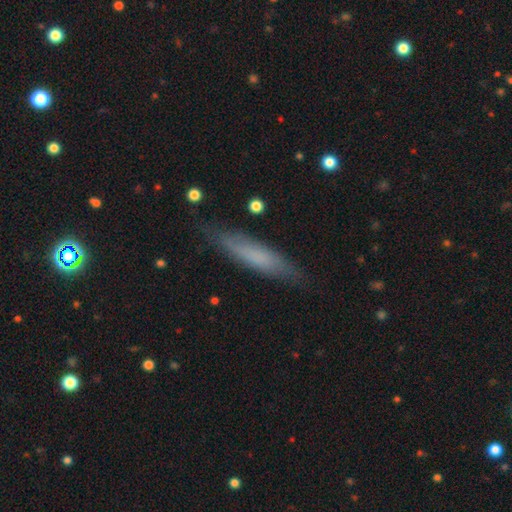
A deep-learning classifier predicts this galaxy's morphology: Smooth or featured? smooth (66%)
How rounded? cigar-shaped (82%)
Merging? none (81%)